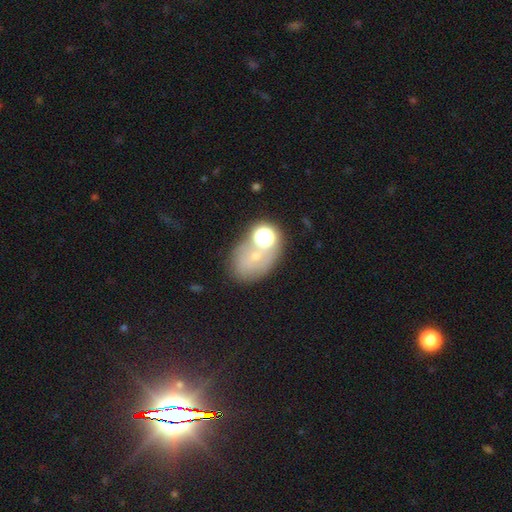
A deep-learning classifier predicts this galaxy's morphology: Smooth or featured? smooth (46%)
Merging? none (50%)